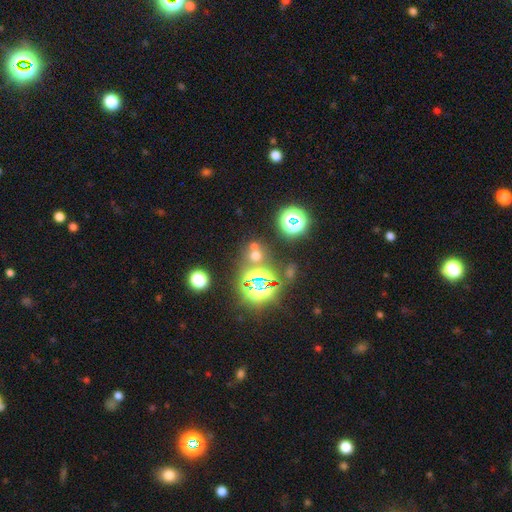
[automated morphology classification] Smooth or featured? star or artifact (50%)